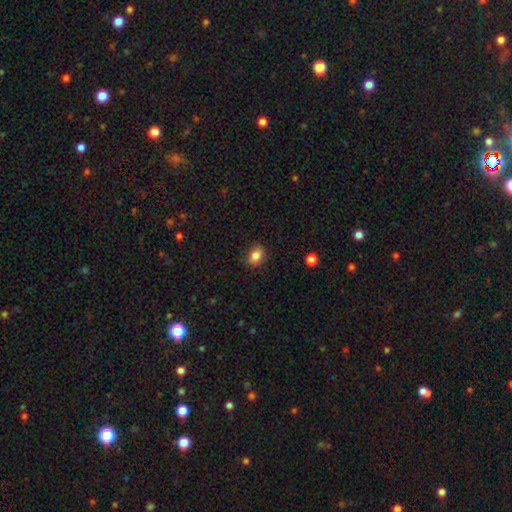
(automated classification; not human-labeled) Q: Smooth or featured?
A: smooth (84%); runner-up: star or artifact (10%)
Q: How rounded?
A: round (50%); runner-up: in between (48%)
Q: Merging?
A: none (84%); runner-up: minor disturbance (12%)